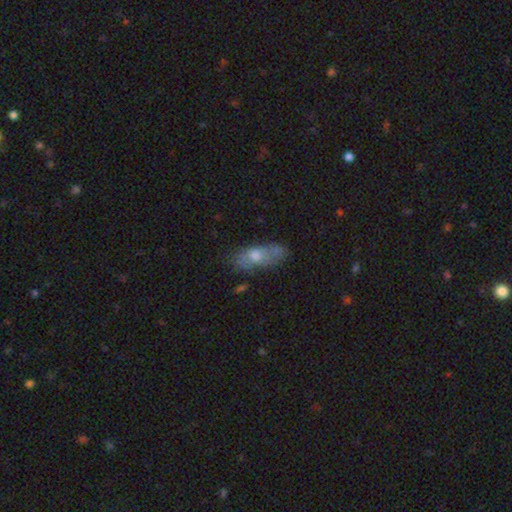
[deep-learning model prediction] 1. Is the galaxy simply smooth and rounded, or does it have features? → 51% smooth, 39% featured or disk, 10% star or artifact.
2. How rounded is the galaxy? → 63% in between, 32% cigar-shaped, 4% round.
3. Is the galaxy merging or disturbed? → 68% none, 21% minor disturbance, 6% major disturbance, 5% merger.